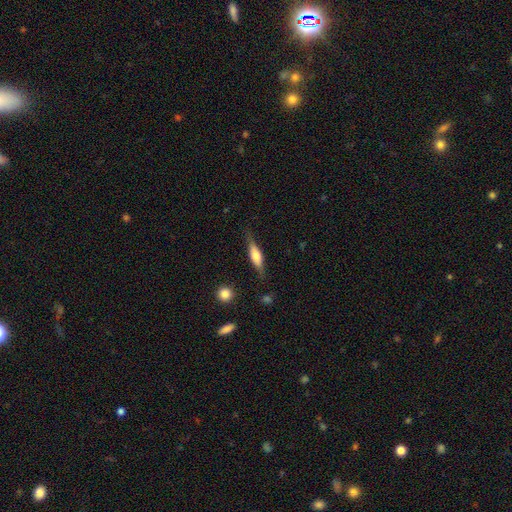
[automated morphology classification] A featured or disk galaxy (48%).

Vote fractions:
- Smooth or featured? featured or disk: 48% / smooth: 46% / star or artifact: 6%
- Merging? none: 78% / minor disturbance: 15% / major disturbance: 4% / merger: 2%